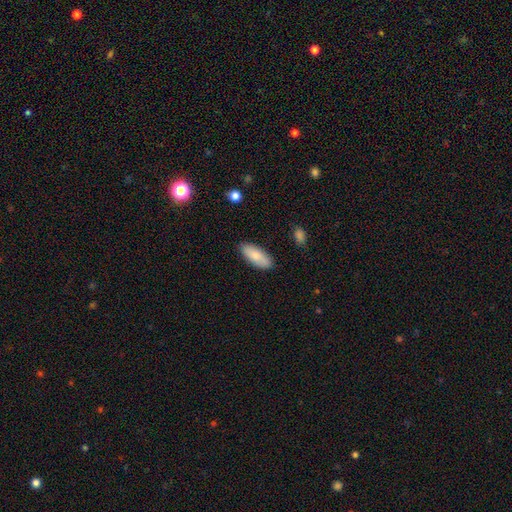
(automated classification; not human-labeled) A smooth galaxy with no disk features (83%) that is in between round and cigar-shaped (82%).

Vote fractions:
- Smooth or featured? smooth: 83% / featured or disk: 12% / star or artifact: 6%
- How rounded? in between: 82% / cigar-shaped: 16% / round: 2%
- Merging? none: 85% / minor disturbance: 11% / major disturbance: 2% / merger: 1%